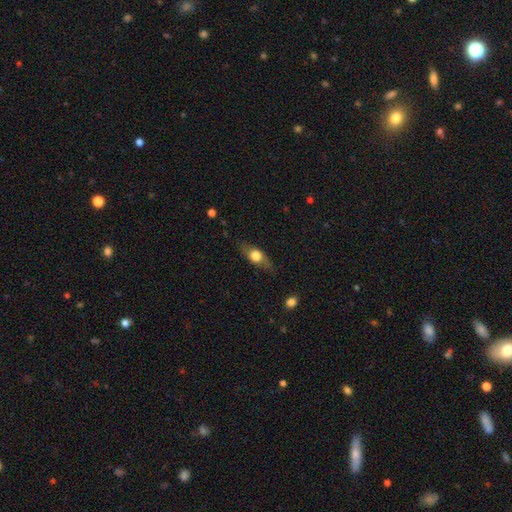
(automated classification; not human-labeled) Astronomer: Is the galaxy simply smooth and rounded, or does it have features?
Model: smooth — 53% (runner-up: featured or disk, 41%).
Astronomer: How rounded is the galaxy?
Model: in between — 57% (runner-up: cigar-shaped, 33%).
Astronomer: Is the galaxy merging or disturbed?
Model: none — 79%.